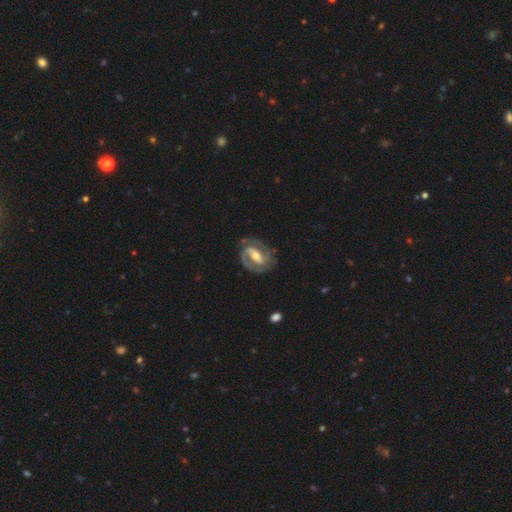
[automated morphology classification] The model was most divided on "spiral winding": tight: 46%, medium: 44%, loose: 9%. More confident: edge-on disk — no (97%); spiral arms — yes (96%); spiral arm count — 2 (90%); smooth or featured — featured or disk (90%); merging — none (80%); bulge size — moderate (60%); bar — strong (52%).